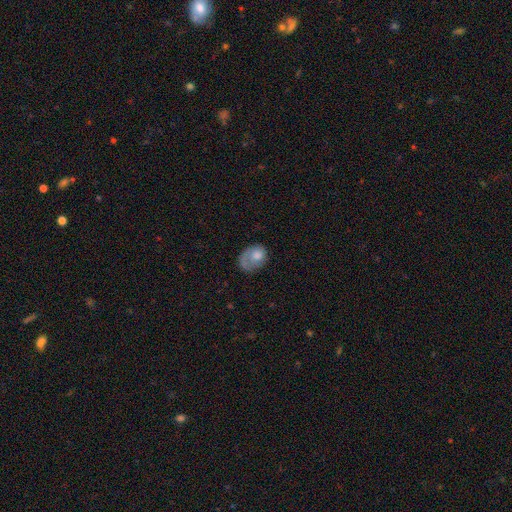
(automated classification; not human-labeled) Overall: smooth (65%; featured or disk 27%). How rounded: in between (67%; round 32%). Merging: none (35%; major disturbance 34%).